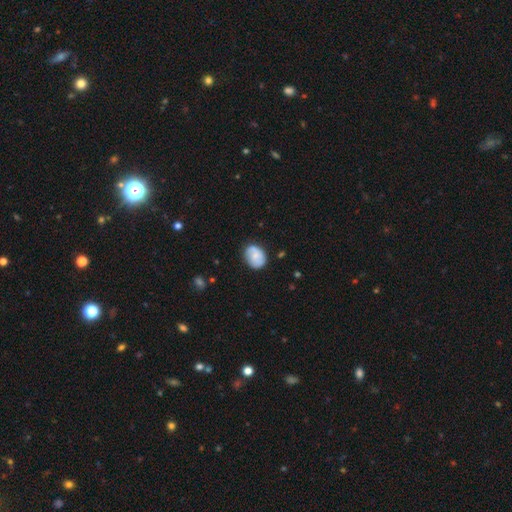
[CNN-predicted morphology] type=smooth (62%); roundness=in between (57%); merging=none (70%).